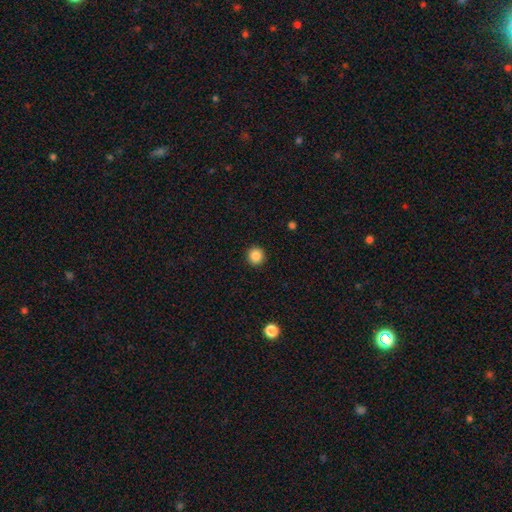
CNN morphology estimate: smooth 87%, star or artifact 10%, featured or disk 3%. Down the decision tree: how rounded — round (95%); merging — none (93%).